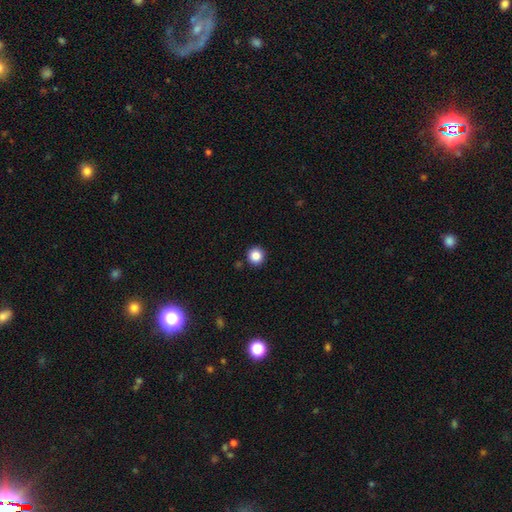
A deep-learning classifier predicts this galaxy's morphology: smooth_or_featured: smooth (p=0.85) [alt: star or artifact p=0.10]
how_rounded: round (p=0.95) [alt: in between p=0.04]
merging: none (p=0.92) [alt: minor disturbance p=0.05]